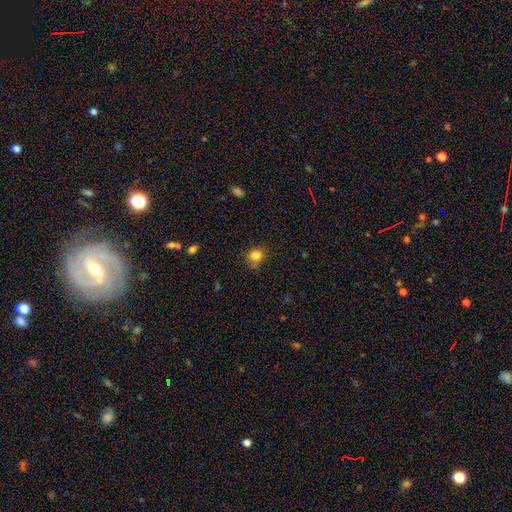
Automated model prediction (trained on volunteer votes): Smooth or featured? Predicted: smooth (p=0.82). How rounded? Predicted: round (p=0.72). Merging? Predicted: none (p=0.73).